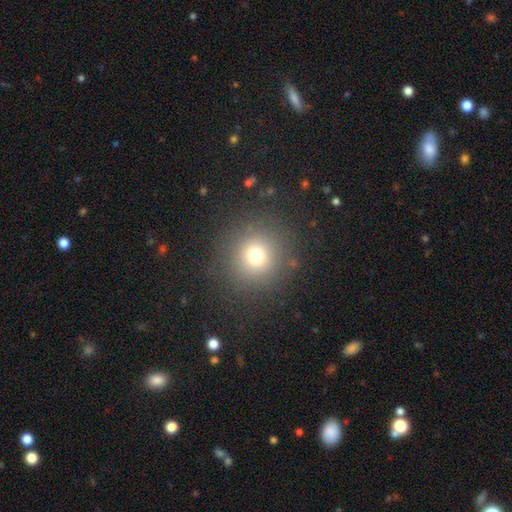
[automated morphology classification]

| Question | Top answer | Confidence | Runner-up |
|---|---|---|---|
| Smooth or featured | smooth | 74% | star or artifact (17%) |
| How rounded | round | 93% | in between (6%) |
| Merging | none | 87% | minor disturbance (7%) |